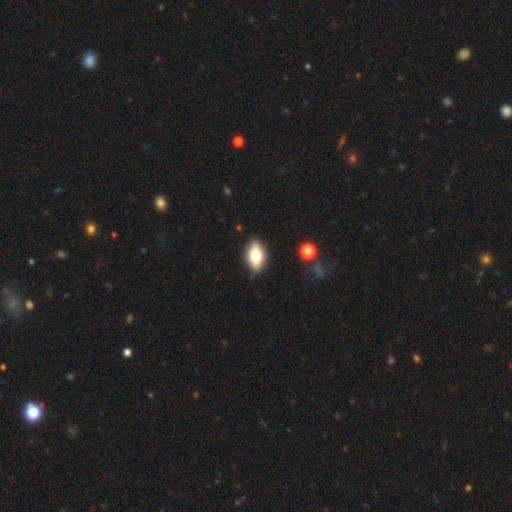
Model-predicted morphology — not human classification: smooth_or_featured: smooth (p=0.73) [alt: featured or disk p=0.19]
how_rounded: in between (p=0.89) [alt: round p=0.07]
merging: none (p=0.84) [alt: minor disturbance p=0.12]